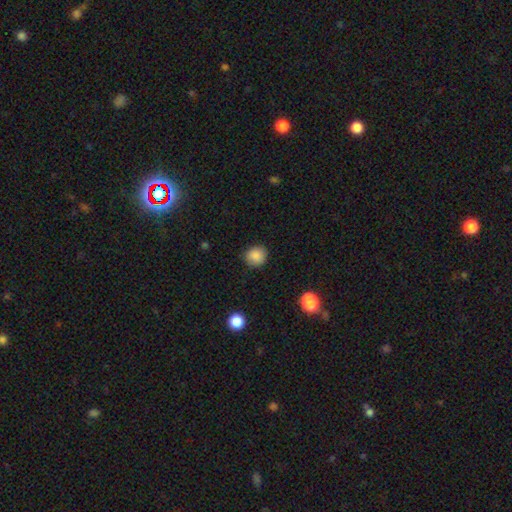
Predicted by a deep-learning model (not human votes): Morphology: type=smooth (87%); roundness=round (86%); merging=none (87%).